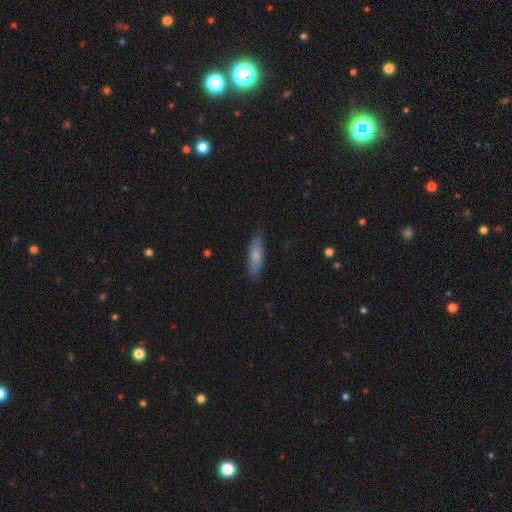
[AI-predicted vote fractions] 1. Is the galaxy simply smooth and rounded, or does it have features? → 69% smooth, 25% featured or disk, 6% star or artifact.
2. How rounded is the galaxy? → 49% cigar-shaped (tied), 49% in between (tied), 2% round.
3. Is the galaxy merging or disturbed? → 81% none, 15% minor disturbance, 2% major disturbance, 1% merger.